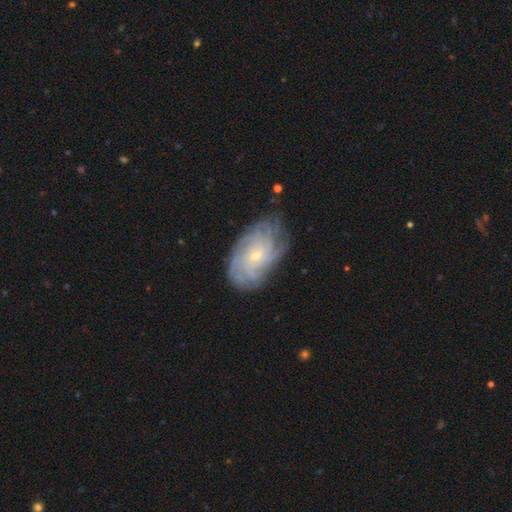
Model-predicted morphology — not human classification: This is clearly a featured or disk galaxy (82%). It is clearly not viewed edge-on (96%). Bar: likely no (71%). Spiral arm pattern: clearly yes (96%). Spiral arm count: marginally can't tell (34%). Spiral winding: likely tight (73%). Central bulge: likely small (76%). Merging: likely none (77%).